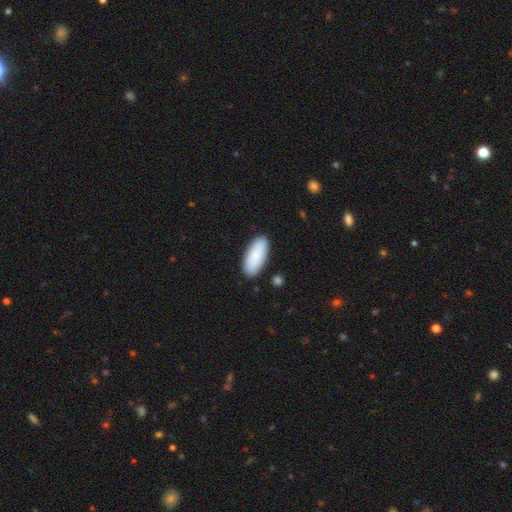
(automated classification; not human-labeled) Smooth or featured?
  - smooth: 87% *
  - featured or disk: 7%
  - star or artifact: 6%
How rounded?
  - in between: 84% *
  - cigar-shaped: 14%
  - round: 2%
Merging?
  - none: 87% *
  - minor disturbance: 9%
  - major disturbance: 2%
  - merger: 2%